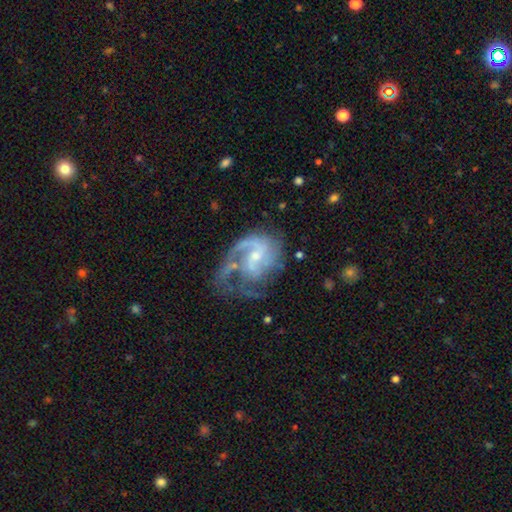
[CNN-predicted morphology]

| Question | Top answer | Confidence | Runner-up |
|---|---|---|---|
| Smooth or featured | featured or disk | 86% | smooth (8%) |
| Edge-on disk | no | 98% | yes (2%) |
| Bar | no | 47% | weak (44%) |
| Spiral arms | yes | 94% | no (6%) |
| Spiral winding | medium | 46% | tight (28%) |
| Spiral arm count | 2 | 36% | 1 (31%) |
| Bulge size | small | 60% | moderate (31%) |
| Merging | none | 43% | major disturbance (33%) |